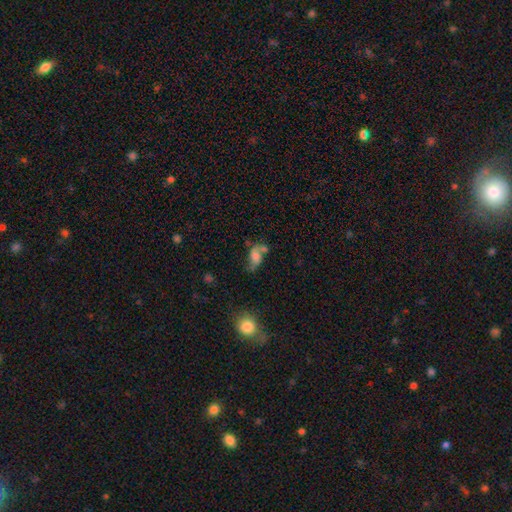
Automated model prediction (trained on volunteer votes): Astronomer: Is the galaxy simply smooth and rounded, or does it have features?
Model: smooth — 44% (runner-up: featured or disk, 43%).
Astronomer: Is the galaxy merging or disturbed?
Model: none — 34% (runner-up: merger, 27%).